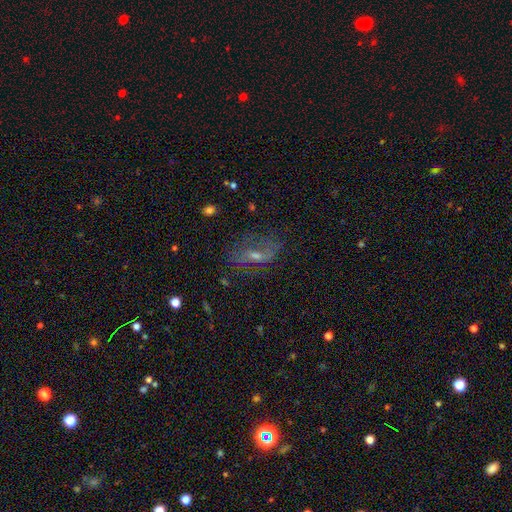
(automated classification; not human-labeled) This is possibly a featured or disk galaxy (52%). It is clearly not viewed edge-on (86%). Merging: likely none (73%).